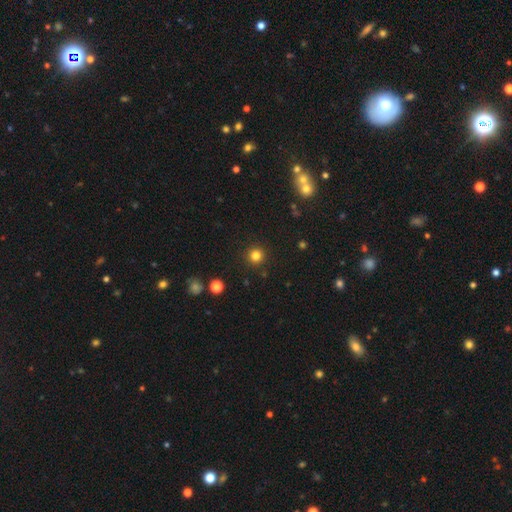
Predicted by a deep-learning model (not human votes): smooth_or_featured: smooth (p=0.81) [alt: star or artifact p=0.14]
how_rounded: round (p=0.95) [alt: in between p=0.04]
merging: none (p=0.92) [alt: minor disturbance p=0.05]